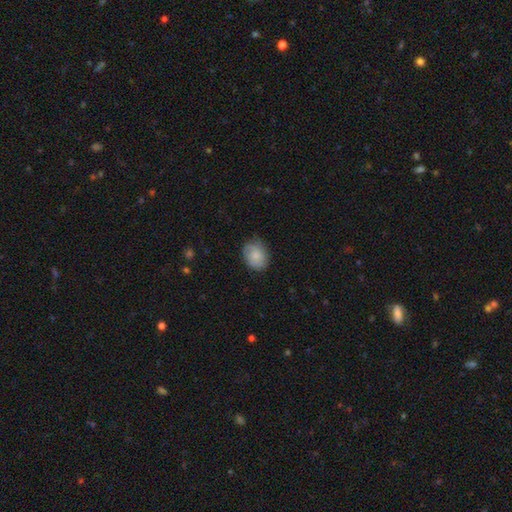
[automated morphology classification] Smooth or featured? smooth (77%)
How rounded? in between (64%)
Merging? none (70%)